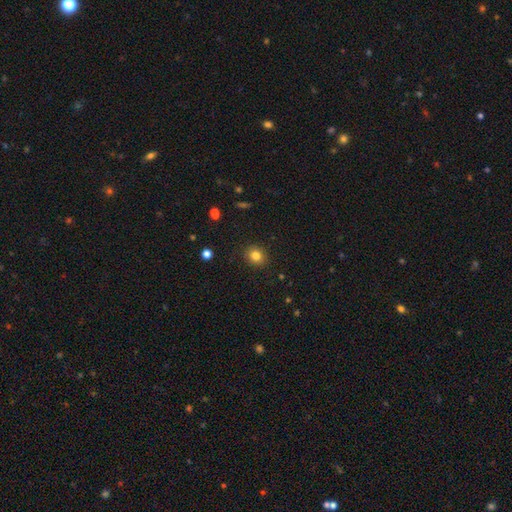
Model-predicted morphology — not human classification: smooth-or-featured: smooth: 82% | star or artifact: 12% | featured or disk: 6%
  how-rounded: round: 78% | in between: 21% | cigar-shaped: 1%
  merging: none: 90% | minor disturbance: 7% | major disturbance: 2% | merger: 1%